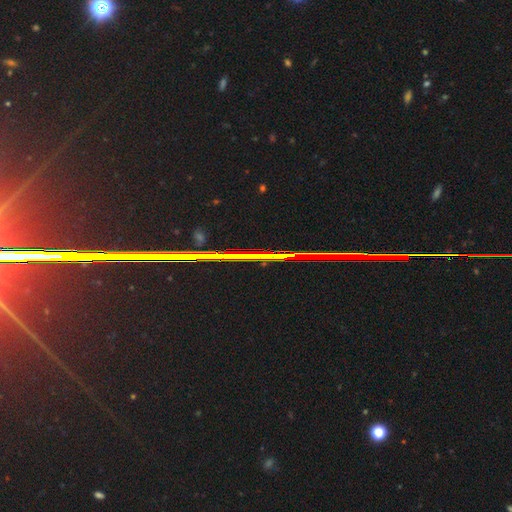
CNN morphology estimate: Smooth or featured?
  - star or artifact: 86% *
  - featured or disk: 8%
  - smooth: 6%